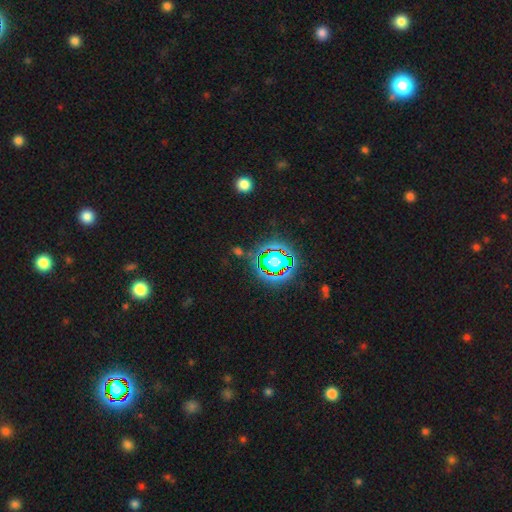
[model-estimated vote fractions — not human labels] This is clearly a star or artifact rather than a galaxy (82%).